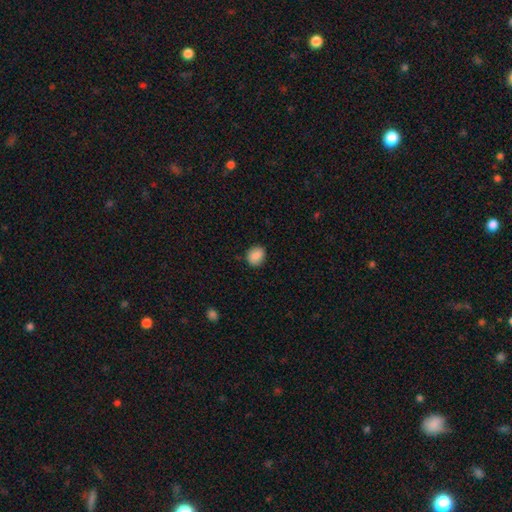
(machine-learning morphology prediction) This appears to be a smooth galaxy with no disk features (88%) that is round (59%). Merging: none (84%).